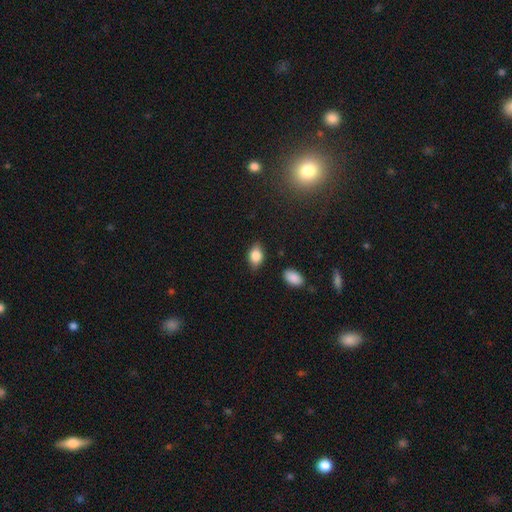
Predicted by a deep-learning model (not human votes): The model was most divided on "merging": none: 78%, minor disturbance: 16%, major disturbance: 3%, merger: 2%. More confident: how rounded — in between (84%); smooth or featured — smooth (80%).